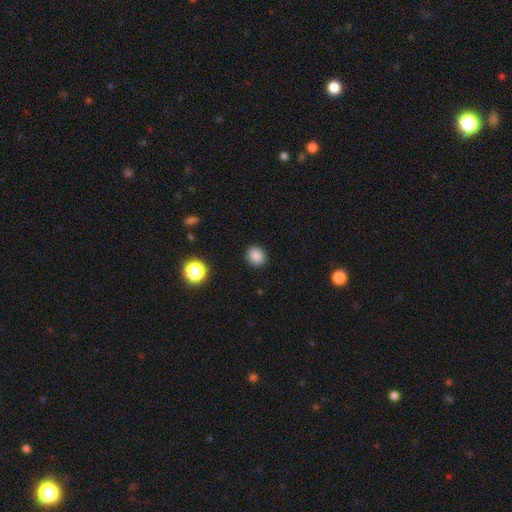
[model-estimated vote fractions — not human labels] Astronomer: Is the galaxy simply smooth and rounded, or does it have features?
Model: smooth — 85%.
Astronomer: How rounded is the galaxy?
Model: round — 79%.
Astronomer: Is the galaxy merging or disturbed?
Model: none — 90%.